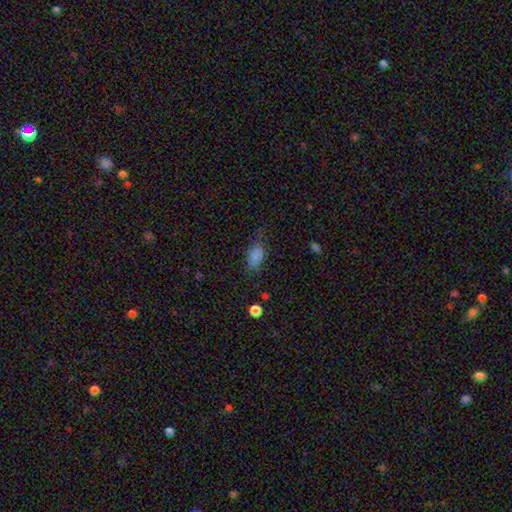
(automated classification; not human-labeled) This is clearly a smooth galaxy (81%). How rounded: clearly in between (89%). Merging: possibly none (56%).